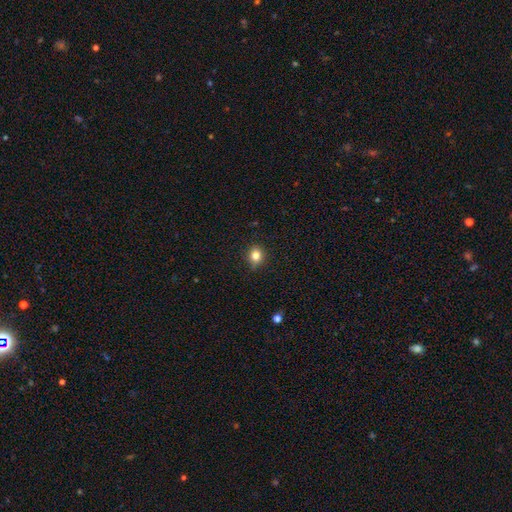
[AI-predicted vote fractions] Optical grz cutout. It shows a smooth galaxy with no disk features (82%) that is round (66%). Merging: none (83%).